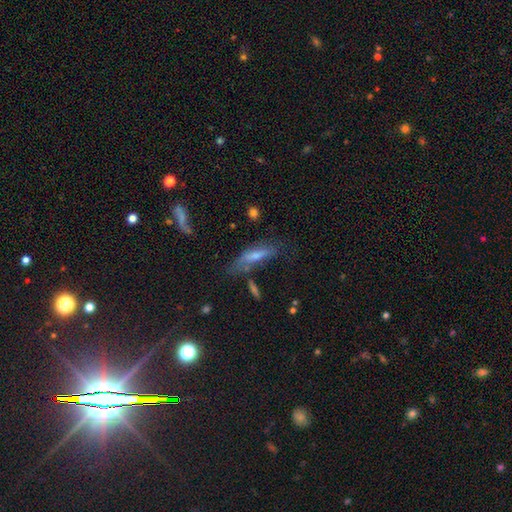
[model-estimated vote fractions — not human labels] smooth-or-featured: smooth: 49% | featured or disk: 39% | star or artifact: 12%
  merging: none: 56% | minor disturbance: 25% | major disturbance: 12% | merger: 8%